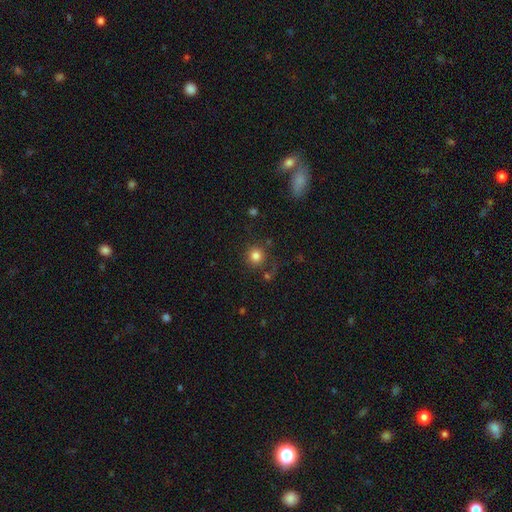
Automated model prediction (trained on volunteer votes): Smooth or featured?
  - smooth: 81% *
  - star or artifact: 12%
  - featured or disk: 7%
How rounded?
  - round: 92% *
  - in between: 7%
  - cigar-shaped: 1%
Merging?
  - none: 77% *
  - minor disturbance: 10%
  - merger: 7%
  - major disturbance: 6%